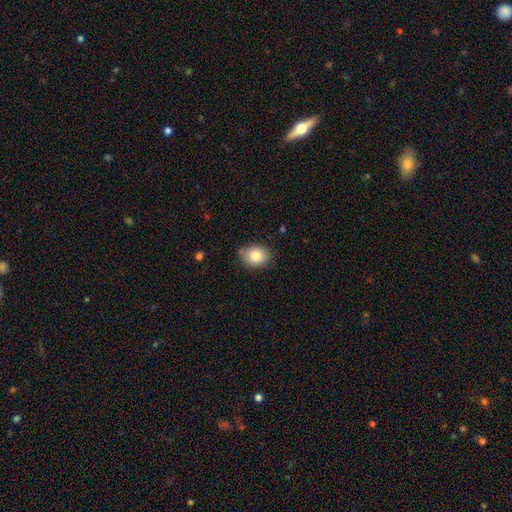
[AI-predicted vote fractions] Smooth or featured: smooth — 82% (featured or disk — 10%)
How rounded: in between — 59% (round — 40%)
Merging: none — 81% (minor disturbance — 15%)